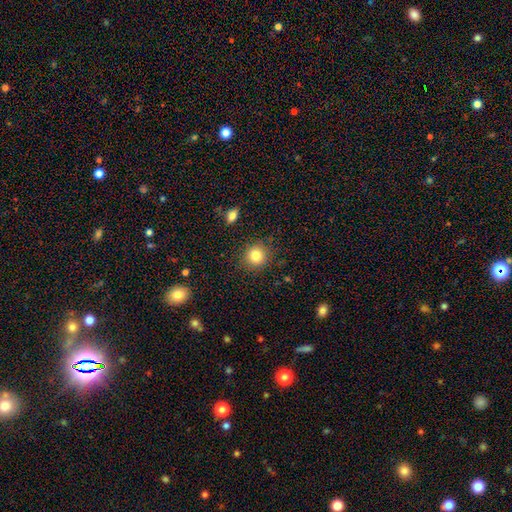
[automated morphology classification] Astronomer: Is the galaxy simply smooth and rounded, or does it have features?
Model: smooth — 82%.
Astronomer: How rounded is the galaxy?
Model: round — 89%.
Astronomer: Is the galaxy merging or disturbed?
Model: none — 88%.